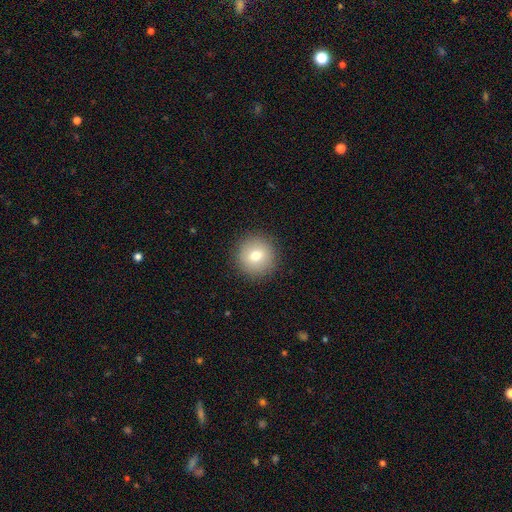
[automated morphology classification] A smooth galaxy with no disk features (75%) that is round (95%).

Vote fractions:
- Smooth or featured? smooth: 75% / featured or disk: 14% / star or artifact: 11%
- How rounded? round: 95% / in between: 4% / cigar-shaped: 1%
- Merging? none: 91% / minor disturbance: 6% / major disturbance: 2% / merger: 1%